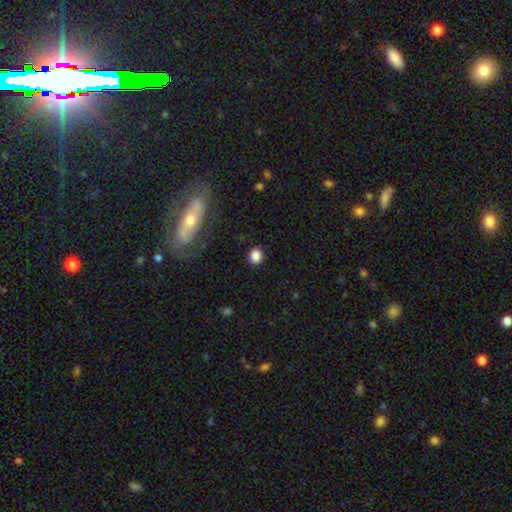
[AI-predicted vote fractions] This appears to be a smooth galaxy with no disk features (85%) that is round (80%). Merging: none (89%).